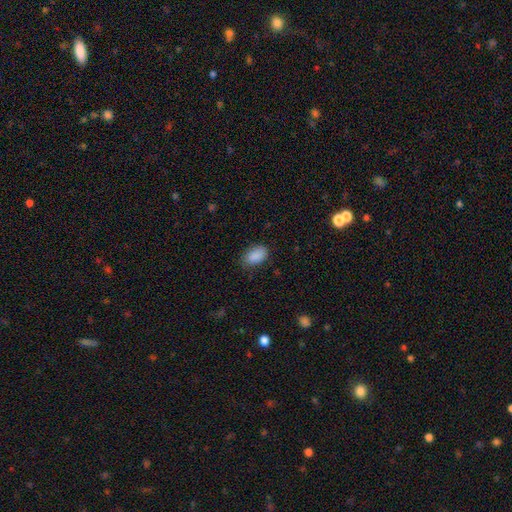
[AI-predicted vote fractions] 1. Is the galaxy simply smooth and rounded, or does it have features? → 89% smooth, 7% star or artifact, 3% featured or disk.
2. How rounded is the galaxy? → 92% in between, 6% round, 2% cigar-shaped.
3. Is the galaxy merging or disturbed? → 79% none, 17% minor disturbance, 4% major disturbance, 1% merger.